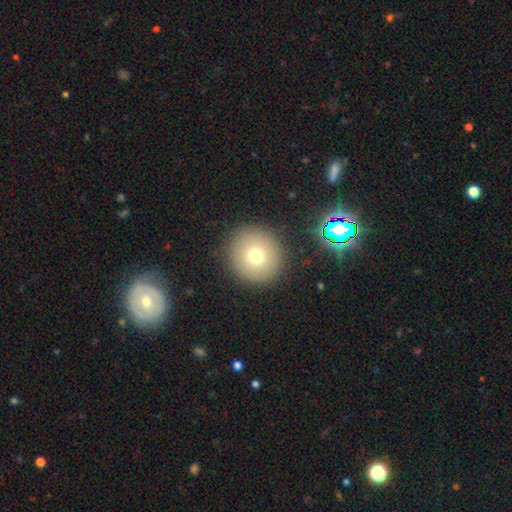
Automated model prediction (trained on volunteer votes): smooth 72%, star or artifact 14%, featured or disk 13%. Down the decision tree: how rounded — round (95%); merging — none (90%).